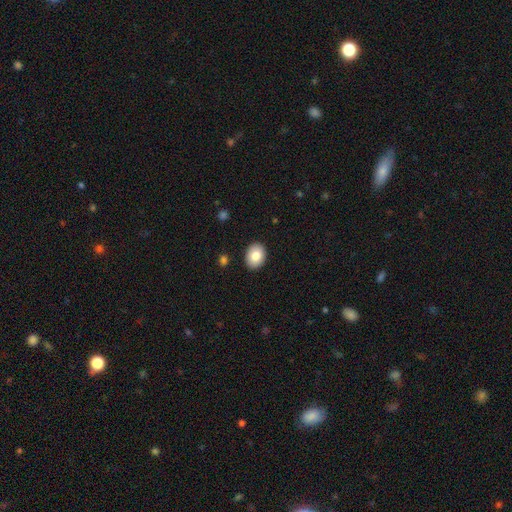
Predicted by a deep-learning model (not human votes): Smooth or featured? Predicted: smooth (p=0.83). How rounded? Predicted: in between (p=0.68). Merging? Predicted: none (p=0.90).